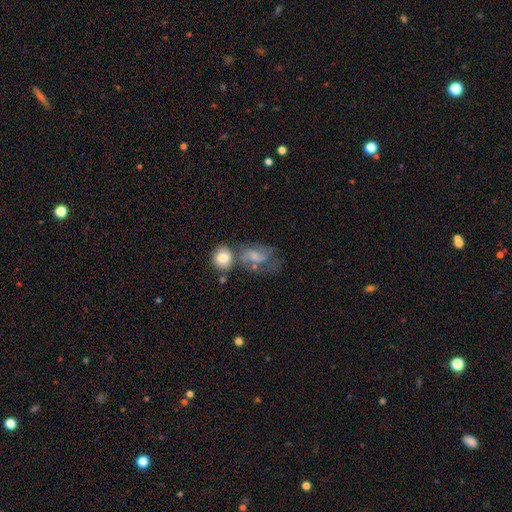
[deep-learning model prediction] Smooth or featured? smooth (54%)
How rounded? in between (67%)
Merging? merger (35%)